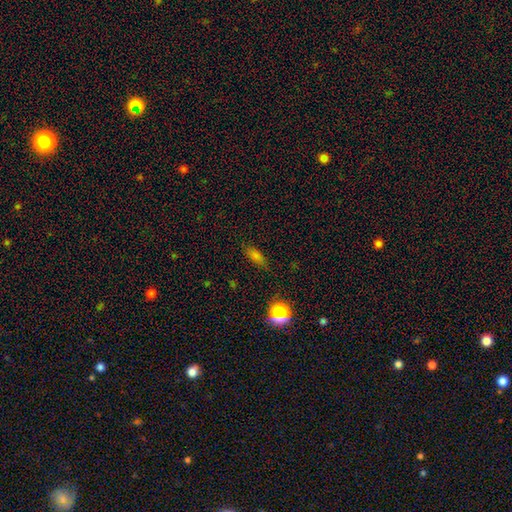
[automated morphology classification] A smooth galaxy with no disk features (72%) that is in between round and cigar-shaped (72%). Merging: none (80%).